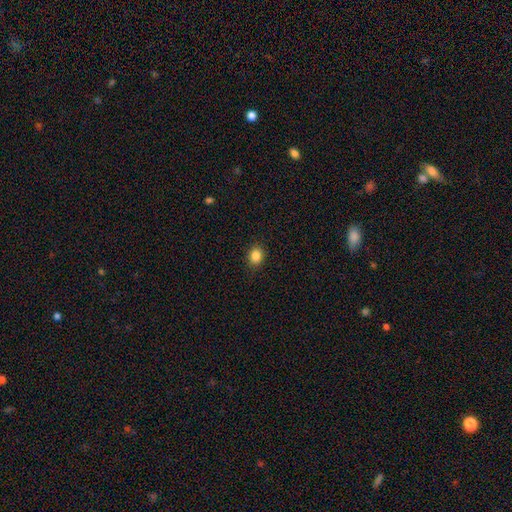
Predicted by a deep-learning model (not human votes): smooth_or_featured: smooth (p=0.85) [alt: star or artifact p=0.11]
how_rounded: round (p=0.59) [alt: in between p=0.40]
merging: none (p=0.89) [alt: minor disturbance p=0.08]